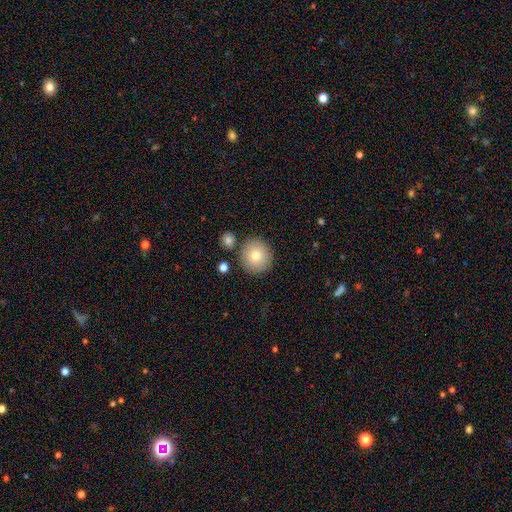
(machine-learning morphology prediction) Smooth or featured? Predicted: smooth (p=0.78). How rounded? Predicted: round (p=0.93). Merging? Predicted: none (p=0.84).